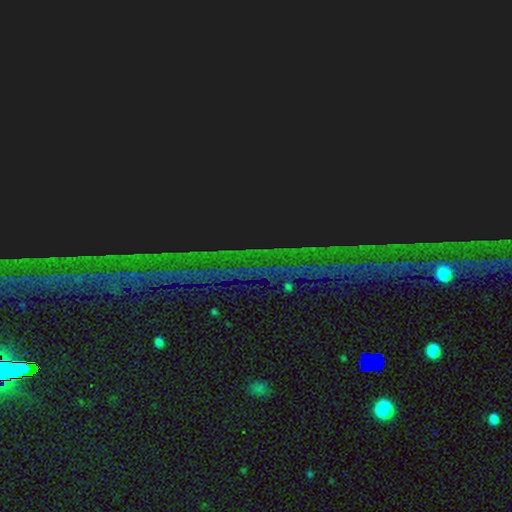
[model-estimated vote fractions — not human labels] smooth_or_featured: star or artifact (p=0.88) [alt: featured or disk p=0.06]